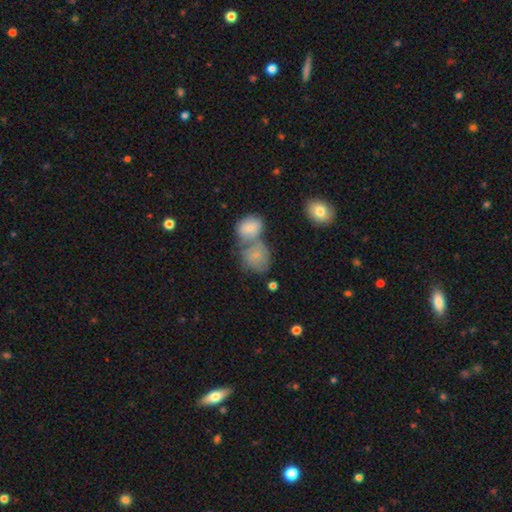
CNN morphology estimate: Smooth or featured: smooth — 69% (featured or disk — 23%)
How rounded: round — 59% (in between — 40%)
Merging: merger — 59% (none — 25%)